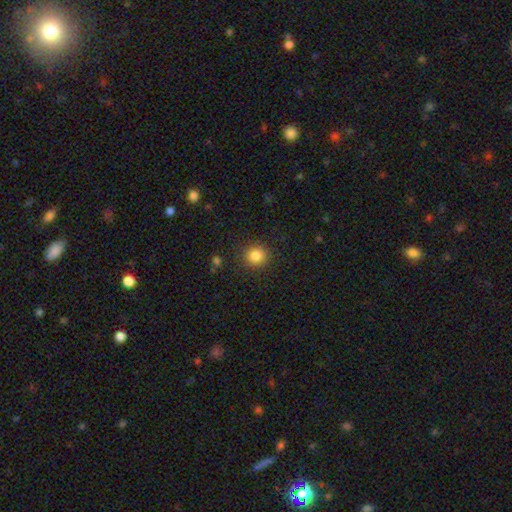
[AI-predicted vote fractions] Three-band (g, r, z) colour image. It shows a smooth galaxy with no disk features (84%) that is round (92%). Merging: none (90%).